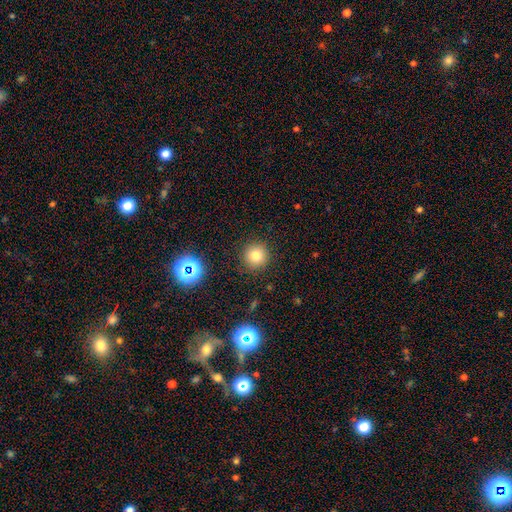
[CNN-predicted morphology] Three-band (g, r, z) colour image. It shows a smooth galaxy with no disk features (78%) that is round (94%). Merging: none (89%).